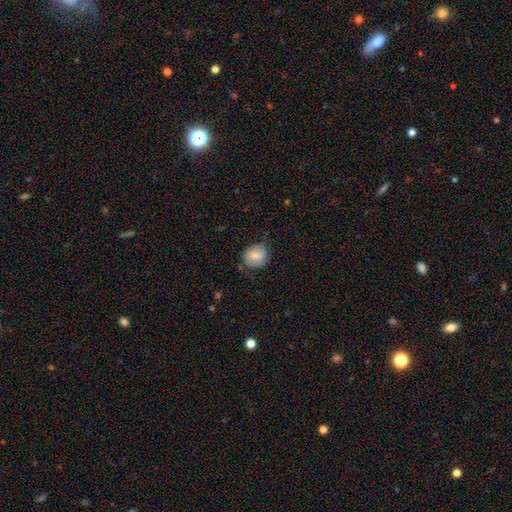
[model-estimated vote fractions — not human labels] Q: Smooth or featured?
A: smooth (73%); runner-up: featured or disk (20%)
Q: How rounded?
A: round (76%); runner-up: in between (23%)
Q: Merging?
A: none (73%); runner-up: minor disturbance (22%)